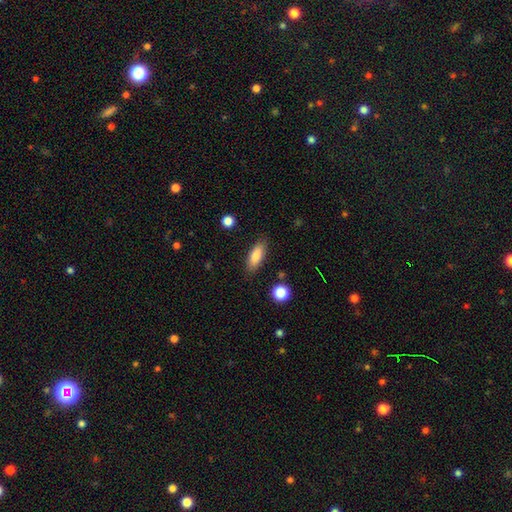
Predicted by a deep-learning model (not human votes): Morphology: type=smooth (83%); roundness=in between (71%); merging=none (85%).